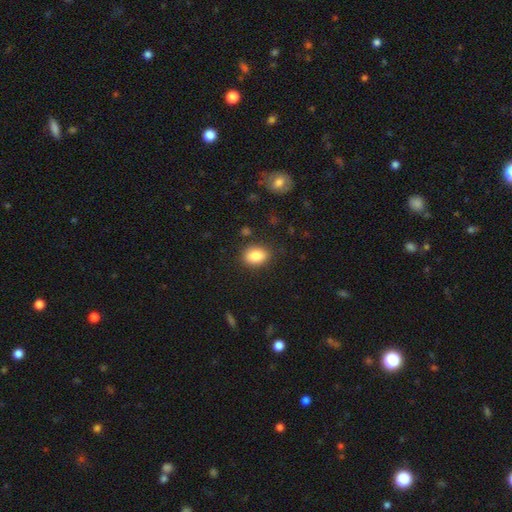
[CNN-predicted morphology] smooth-or-featured: smooth: 84% | star or artifact: 8% | featured or disk: 7%
  how-rounded: in between: 74% | round: 25% | cigar-shaped: 1%
  merging: none: 84% | minor disturbance: 11% | major disturbance: 3% | merger: 2%